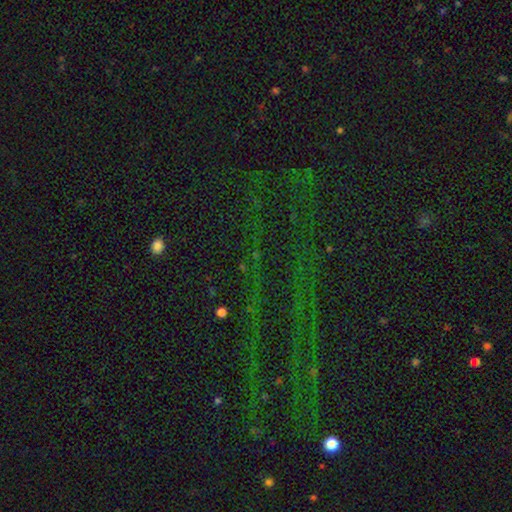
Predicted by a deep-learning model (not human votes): Morphology: type=star or artifact (82%).